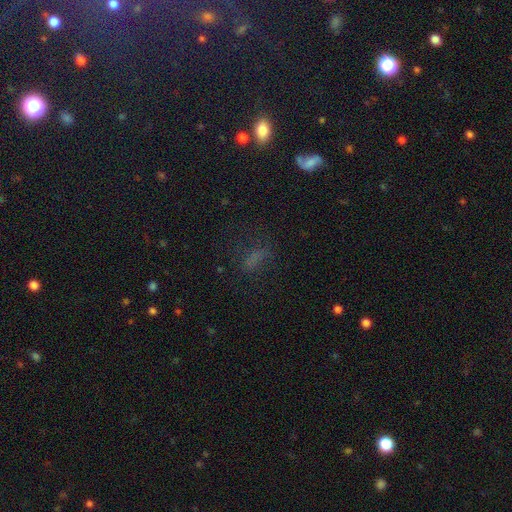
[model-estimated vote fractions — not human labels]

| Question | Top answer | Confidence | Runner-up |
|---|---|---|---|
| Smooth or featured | smooth | 54% | star or artifact (28%) |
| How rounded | in between | 62% | cigar-shaped (26%) |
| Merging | none | 58% | minor disturbance (20%) |